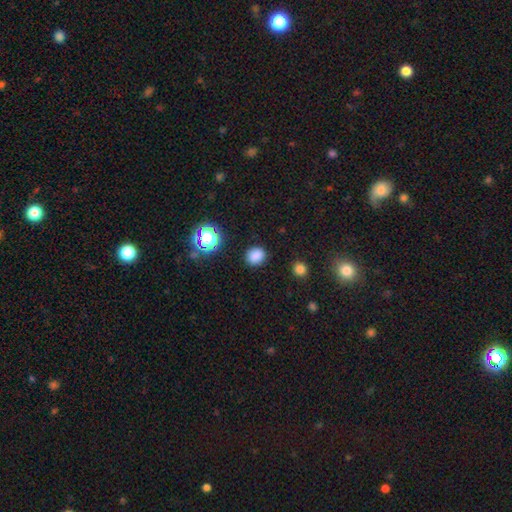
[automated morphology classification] The model was most divided on "how rounded": round: 70%, in between: 29%, cigar-shaped: 1%. More confident: merging — none (87%); smooth or featured — smooth (81%).